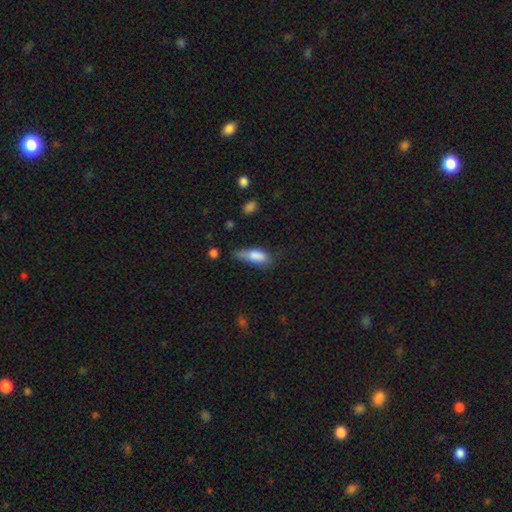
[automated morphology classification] type=smooth (81%); roundness=in between (70%); merging=minor disturbance (39%).